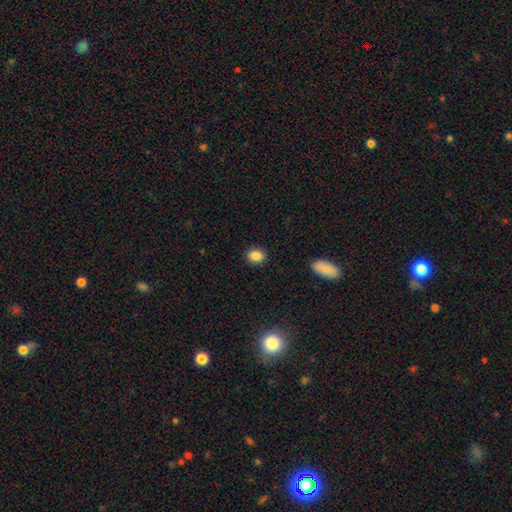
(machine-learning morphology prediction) The model was most divided on "how rounded": round: 54%, in between: 45%, cigar-shaped: 1%. More confident: merging — none (89%); smooth or featured — smooth (86%).